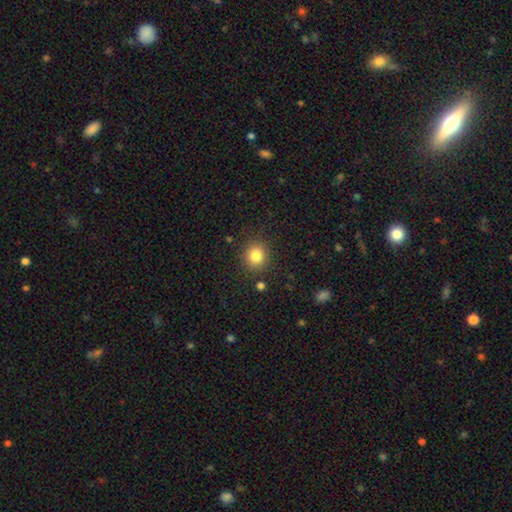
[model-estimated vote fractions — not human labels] Smooth or featured: smooth — 83% (star or artifact — 11%)
How rounded: round — 88% (in between — 11%)
Merging: none — 87% (minor disturbance — 8%)